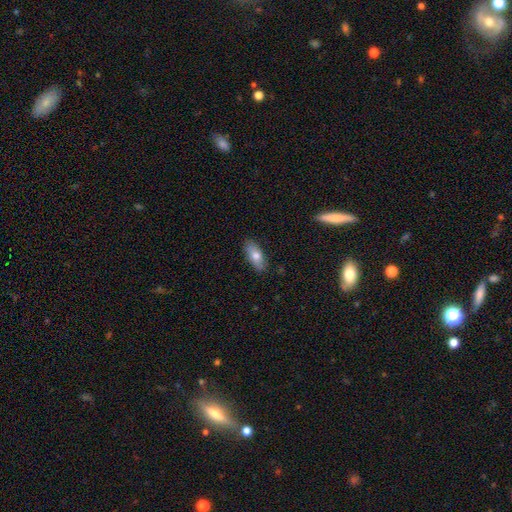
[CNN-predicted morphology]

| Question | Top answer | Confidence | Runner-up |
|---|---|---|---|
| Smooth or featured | smooth | 75% | featured or disk (18%) |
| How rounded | in between | 79% | cigar-shaped (19%) |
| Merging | none | 87% | minor disturbance (10%) |